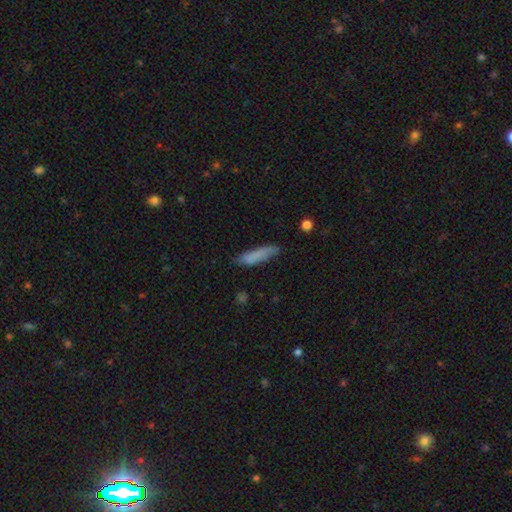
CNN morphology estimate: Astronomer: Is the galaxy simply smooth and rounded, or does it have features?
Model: smooth — 80%.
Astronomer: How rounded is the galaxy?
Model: cigar-shaped — 76%.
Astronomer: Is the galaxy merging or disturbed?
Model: none — 71%.